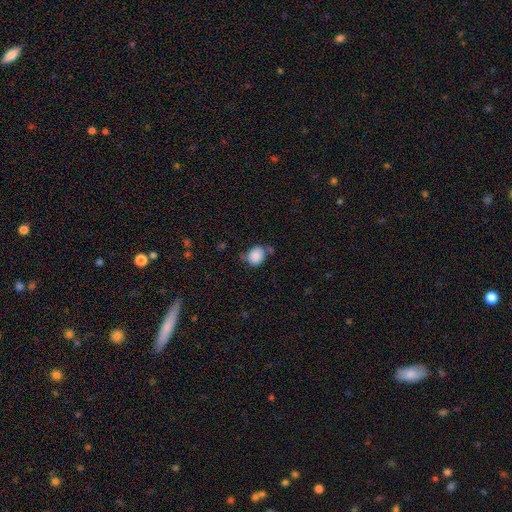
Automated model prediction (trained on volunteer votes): A smooth galaxy with no disk features (85%) that is round (53%).

Vote fractions:
- Smooth or featured? smooth: 85% / star or artifact: 8% / featured or disk: 7%
- How rounded? round: 53% / in between: 46% / cigar-shaped: 1%
- Merging? none: 53% / minor disturbance: 27% / merger: 10% / major disturbance: 9%